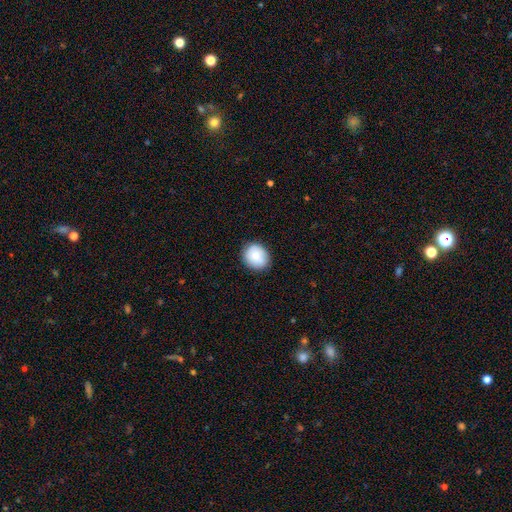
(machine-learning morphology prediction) smooth 81%, featured or disk 12%, star or artifact 8%. Down the decision tree: how rounded — round (72%); merging — none (85%).